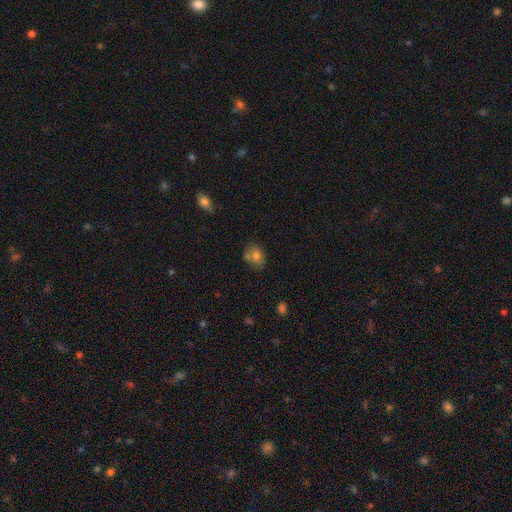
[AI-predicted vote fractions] smooth 76%, featured or disk 13%, star or artifact 10%. Down the decision tree: how rounded — in between (54%); merging — none (56%).